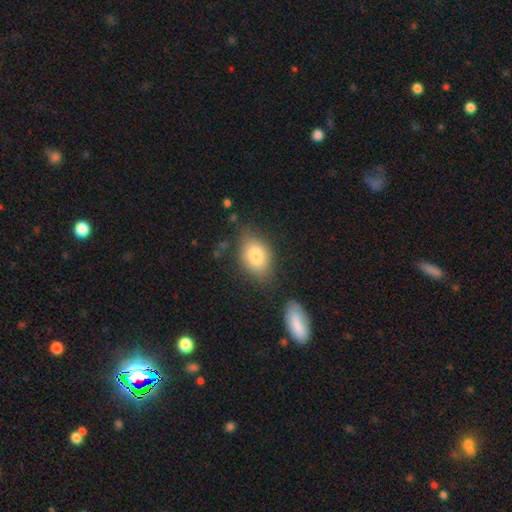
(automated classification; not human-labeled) smooth 80%, featured or disk 12%, star or artifact 8%. Down the decision tree: how rounded — in between (83%); merging — none (70%).